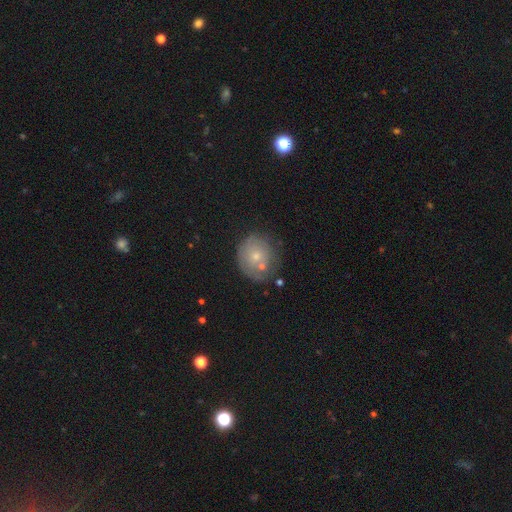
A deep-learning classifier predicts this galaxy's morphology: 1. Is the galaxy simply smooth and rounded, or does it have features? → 55% smooth, 35% featured or disk, 9% star or artifact.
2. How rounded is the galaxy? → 80% round, 19% in between, 1% cigar-shaped.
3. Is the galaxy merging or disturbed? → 55% none, 21% minor disturbance, 16% merger, 8% major disturbance.